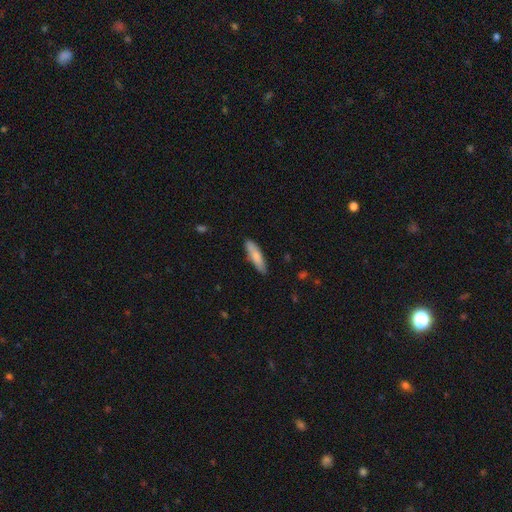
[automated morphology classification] Q: Smooth or featured?
A: smooth (77%); runner-up: featured or disk (18%)
Q: How rounded?
A: cigar-shaped (72%); runner-up: in between (27%)
Q: Merging?
A: none (84%); runner-up: minor disturbance (12%)